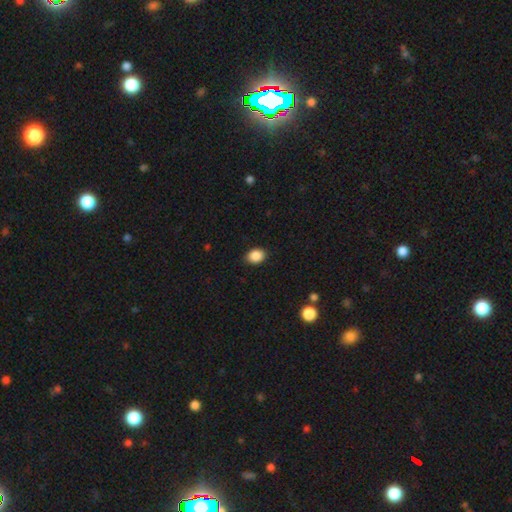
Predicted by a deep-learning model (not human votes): The model was most divided on "how rounded": in between: 61%, round: 38%, cigar-shaped: 1%. More confident: merging — none (88%); smooth or featured — smooth (88%).